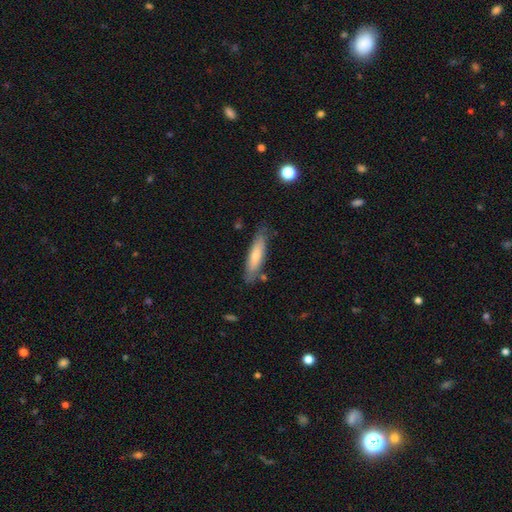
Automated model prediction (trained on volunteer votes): The model was most divided on "how rounded": cigar-shaped: 69%, in between: 30%, round: 1%. More confident: merging — none (77%); smooth or featured — smooth (71%).